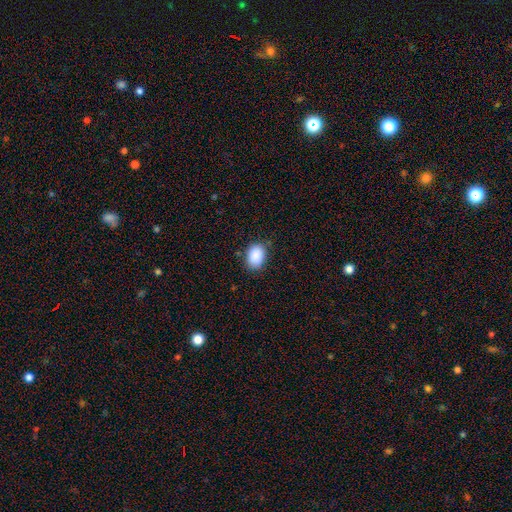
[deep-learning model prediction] A smooth galaxy with no disk features (89%) that is in between round and cigar-shaped (81%).

Vote fractions:
- Smooth or featured? smooth: 89% / star or artifact: 7% / featured or disk: 4%
- How rounded? in between: 81% / round: 17% / cigar-shaped: 1%
- Merging? none: 79% / minor disturbance: 17% / major disturbance: 3% / merger: 1%